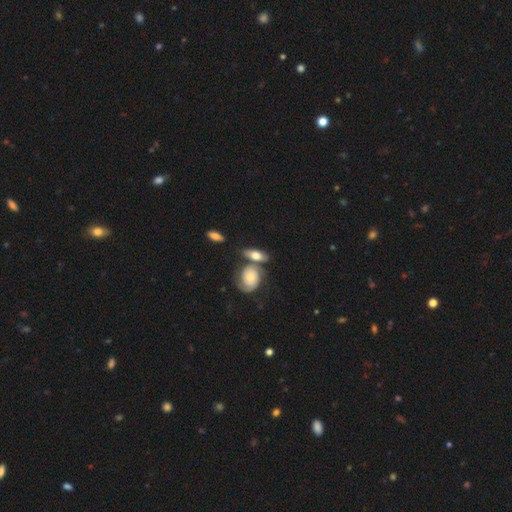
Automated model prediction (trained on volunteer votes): Smooth or featured?
  - smooth: 49% *
  - featured or disk: 44%
  - star or artifact: 7%
Merging?
  - none: 46% *
  - merger: 32%
  - minor disturbance: 15%
  - major disturbance: 7%